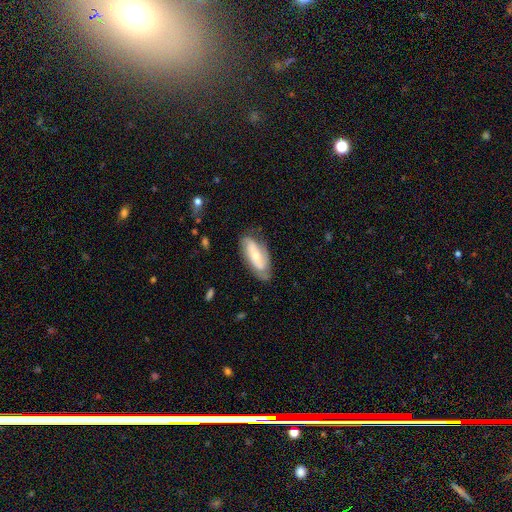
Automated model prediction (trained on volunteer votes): featured or disk 62%, smooth 32%, star or artifact 6%. Down the decision tree: edge-on disk — no (89%); bar — no (49%); spiral arms — yes (85%); bulge size — small (50%); merging — none (72%).